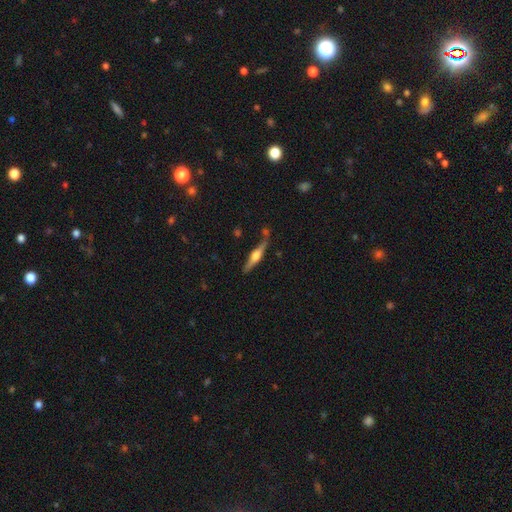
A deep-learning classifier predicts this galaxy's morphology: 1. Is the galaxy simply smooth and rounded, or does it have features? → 71% featured or disk, 24% smooth, 6% star or artifact.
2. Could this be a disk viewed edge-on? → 97% yes, 3% no.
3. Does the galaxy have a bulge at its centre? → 91% rounded, 6% boxy, 3% none.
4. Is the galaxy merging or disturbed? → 75% none, 14% minor disturbance, 7% merger, 3% major disturbance.